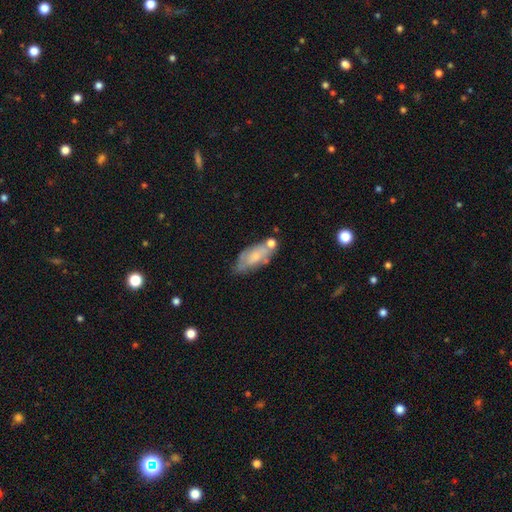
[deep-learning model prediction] smooth-or-featured: smooth: 53% | featured or disk: 40% | star or artifact: 7%
  how-rounded: in between: 81% | cigar-shaped: 16% | round: 3%
  merging: none: 49% | minor disturbance: 26% | merger: 16% | major disturbance: 9%